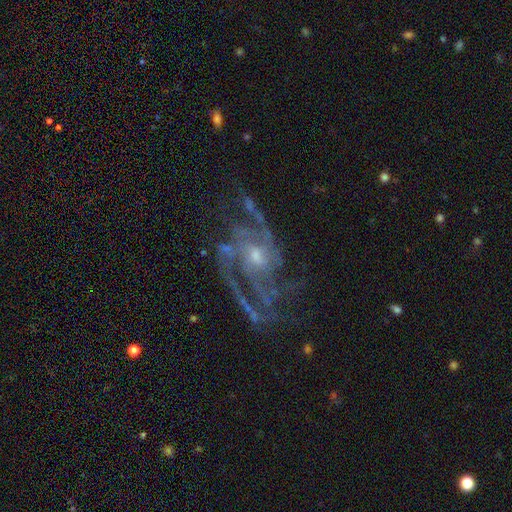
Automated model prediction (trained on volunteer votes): The model was most divided on "spiral arm count": 3: 28%, 2: 25%, can't tell: 18%, 4: 14%, 1: 8%, more than 4: 8%. Remaining: edge-on disk — no (97%); spiral arms — yes (96%); smooth or featured — featured or disk (89%); bulge size — small (55%); merging — none (54%); bar — no (54%); spiral winding — medium (49%).